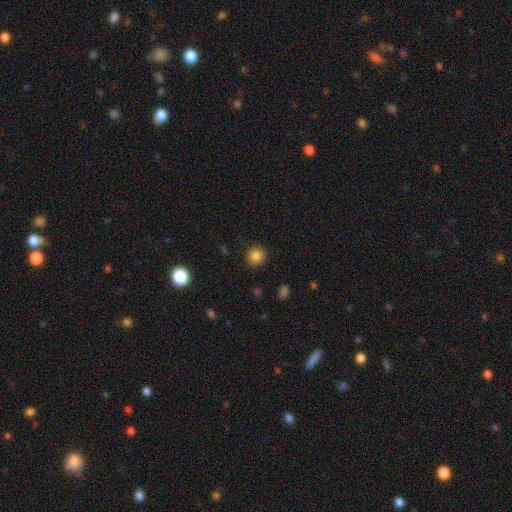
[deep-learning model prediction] Overall: smooth (84%). How rounded: round (94%). Merging: none (90%).